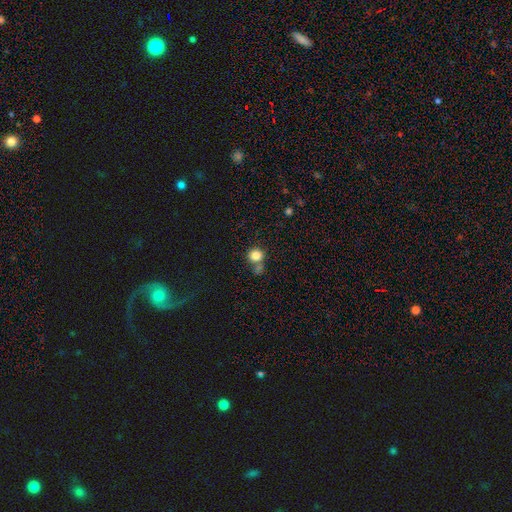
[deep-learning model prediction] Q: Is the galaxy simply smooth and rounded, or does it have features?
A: smooth — 82%.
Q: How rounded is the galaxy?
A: round — 85%.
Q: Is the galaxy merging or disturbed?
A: none — 59%.